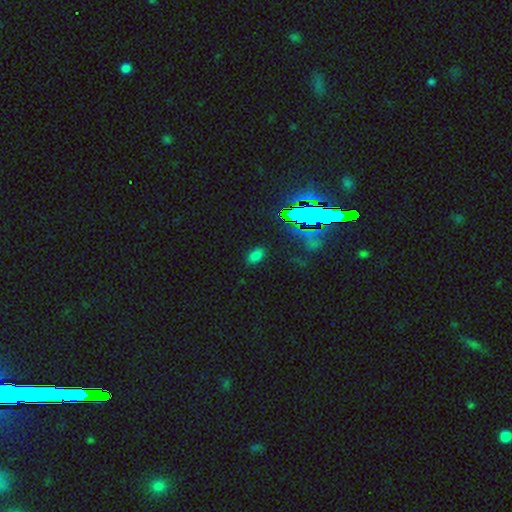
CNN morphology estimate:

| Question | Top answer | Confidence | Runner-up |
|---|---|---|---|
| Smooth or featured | smooth | 67% | star or artifact (27%) |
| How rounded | in between | 89% | round (8%) |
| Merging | none | 85% | minor disturbance (10%) |